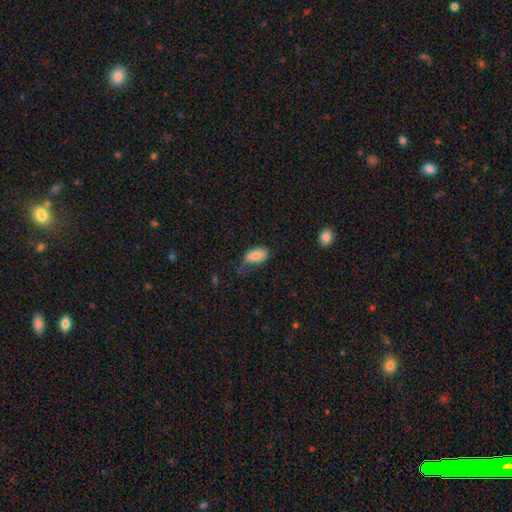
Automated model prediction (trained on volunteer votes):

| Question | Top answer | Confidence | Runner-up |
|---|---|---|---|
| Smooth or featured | smooth | 79% | featured or disk (13%) |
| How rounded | in between | 92% | cigar-shaped (5%) |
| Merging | none | 51% | minor disturbance (34%) |